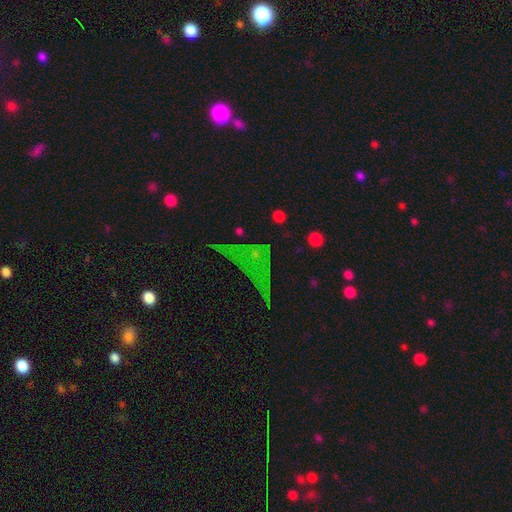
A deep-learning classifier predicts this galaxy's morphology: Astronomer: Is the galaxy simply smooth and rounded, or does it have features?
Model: star or artifact — 53%.